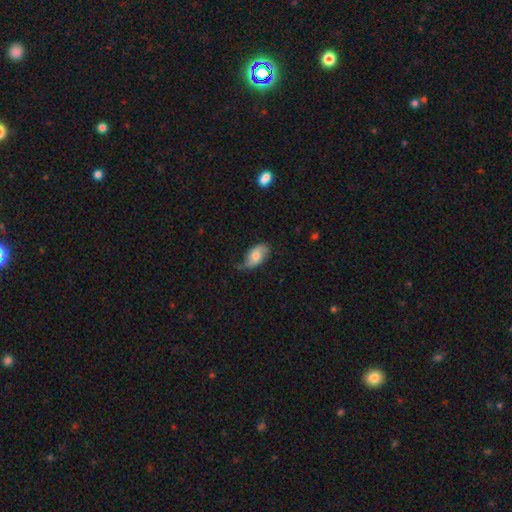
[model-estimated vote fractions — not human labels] Overall: smooth (51%; featured or disk 41%). How rounded: in between (92%). Merging: none (54%; minor disturbance 33%).